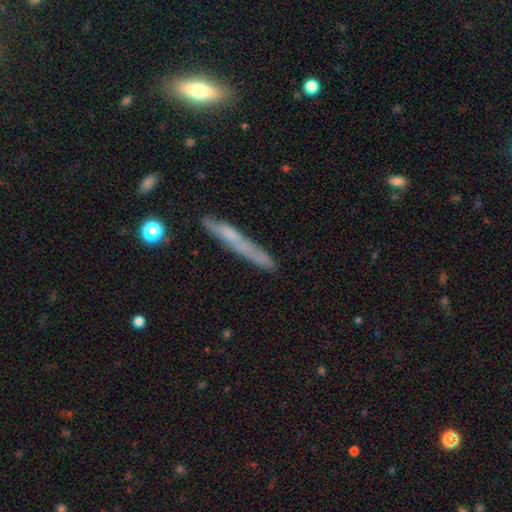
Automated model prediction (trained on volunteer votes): smooth-or-featured: smooth: 52% | featured or disk: 39% | star or artifact: 9%
  how-rounded: cigar-shaped: 95% | in between: 3% | round: 2%
  merging: none: 73% | minor disturbance: 18% | major disturbance: 5% | merger: 4%